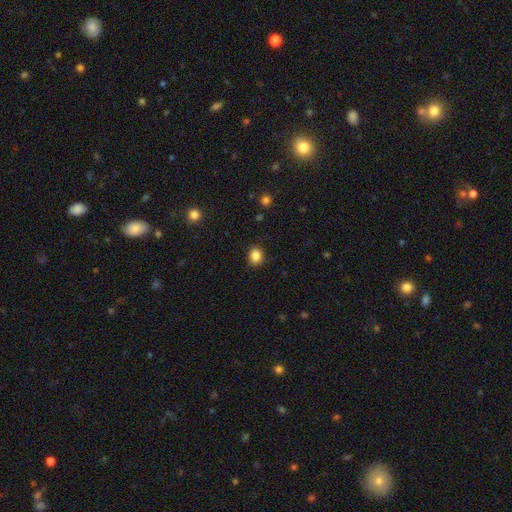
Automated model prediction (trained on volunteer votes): smooth_or_featured: smooth (p=0.86) [alt: star or artifact p=0.10]
how_rounded: round (p=0.69) [alt: in between p=0.30]
merging: none (p=0.89) [alt: minor disturbance p=0.08]